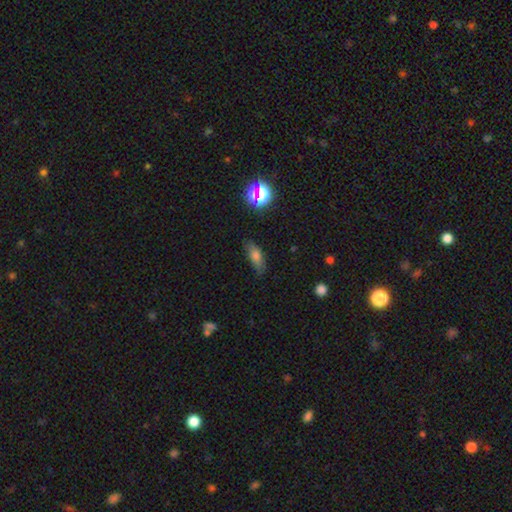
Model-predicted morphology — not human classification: This appears to be a smooth galaxy with no disk features (72%) that is in between round and cigar-shaped (68%). Merging: none (74%).